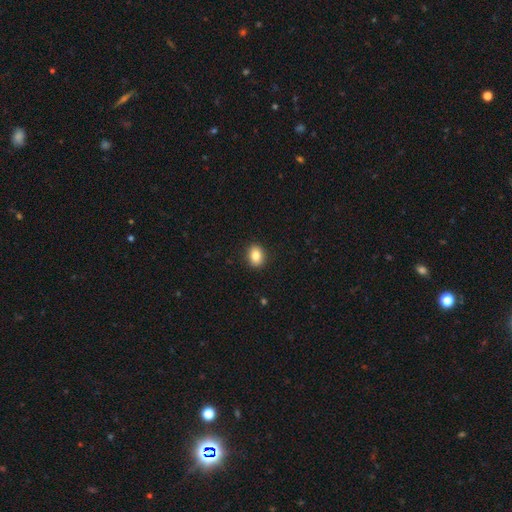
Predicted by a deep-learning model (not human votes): Morphology: type=smooth (85%); roundness=in between (63%); merging=none (90%).